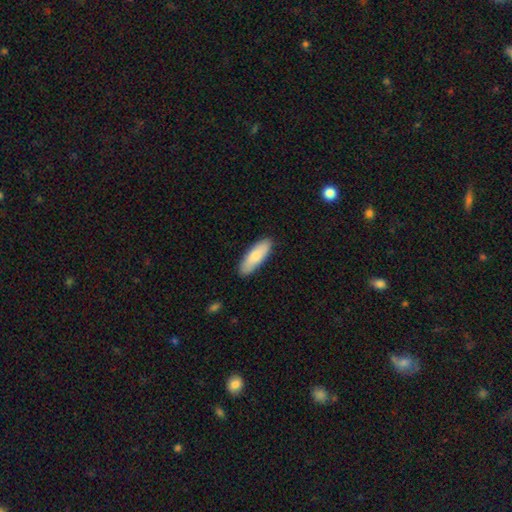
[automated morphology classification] Smooth or featured? Predicted: smooth (p=0.82). How rounded? Predicted: in between (p=0.59). Merging? Predicted: none (p=0.88).